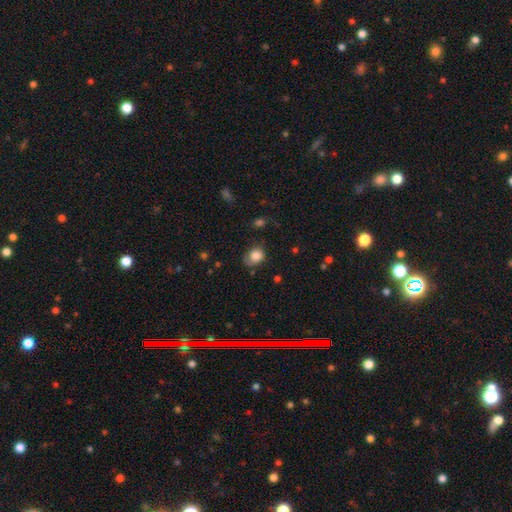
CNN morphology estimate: Overall: smooth (82%). How rounded: in between (60%; round 39%). Merging: none (52%; minor disturbance 33%).